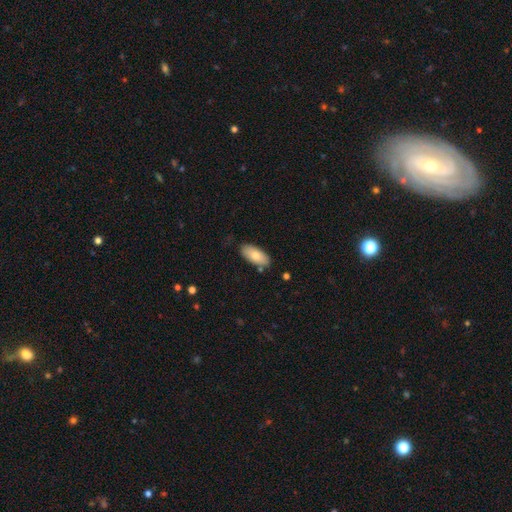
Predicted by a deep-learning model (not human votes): A smooth galaxy with no disk features (77%) that is in between round and cigar-shaped (89%).

Vote fractions:
- Smooth or featured? smooth: 77% / featured or disk: 16% / star or artifact: 6%
- How rounded? in between: 89% / cigar-shaped: 8% / round: 2%
- Merging? none: 81% / minor disturbance: 13% / merger: 3% / major disturbance: 2%